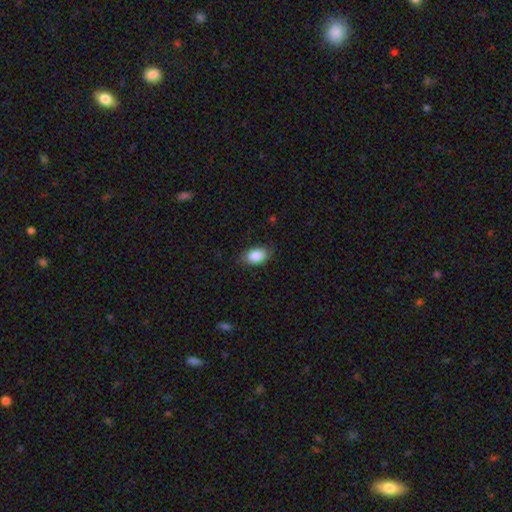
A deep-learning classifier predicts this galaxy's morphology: The model was most divided on "merging": none: 83%, minor disturbance: 13%, major disturbance: 3%, merger: 1%. More confident: how rounded — in between (89%); smooth or featured — smooth (88%).